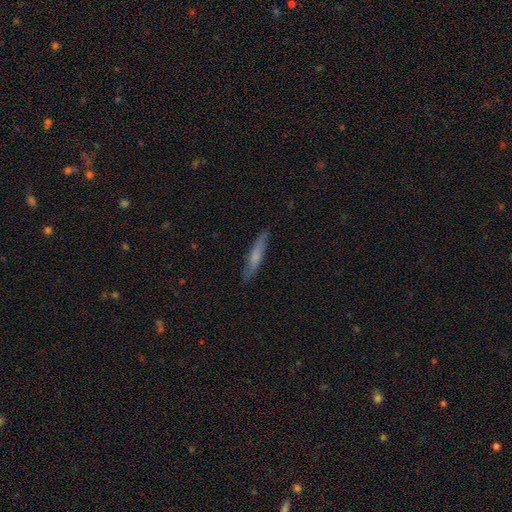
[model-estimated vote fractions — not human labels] Smooth or featured? Predicted: smooth (p=0.63). How rounded? Predicted: cigar-shaped (p=0.90). Merging? Predicted: none (p=0.84).